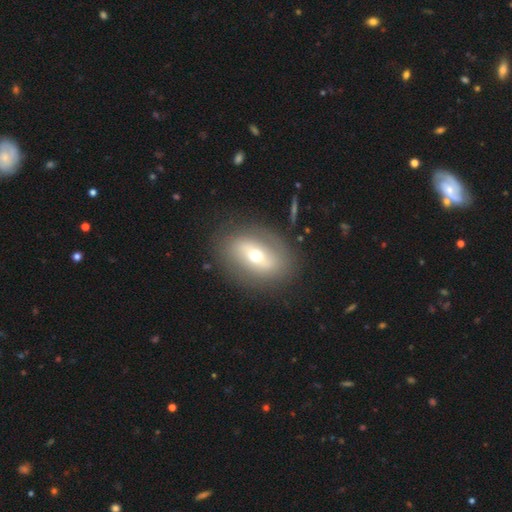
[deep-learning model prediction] This is possibly a featured or disk galaxy (50%). It is clearly not viewed edge-on (87%). Merging: clearly none (82%).